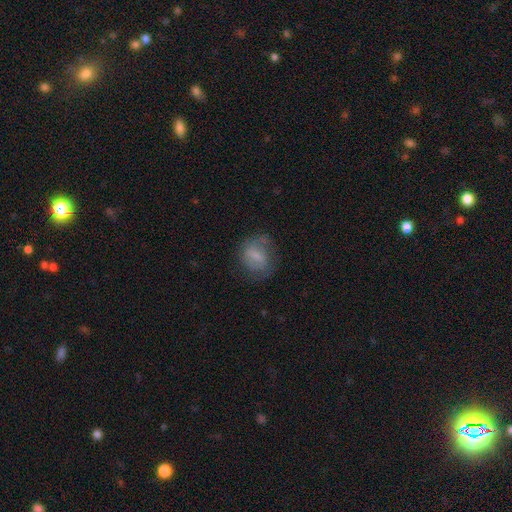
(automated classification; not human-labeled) Smooth or featured: smooth — 56% (featured or disk — 35%)
How rounded: round — 52% (in between — 46%)
Merging: none — 60% (minor disturbance — 24%)